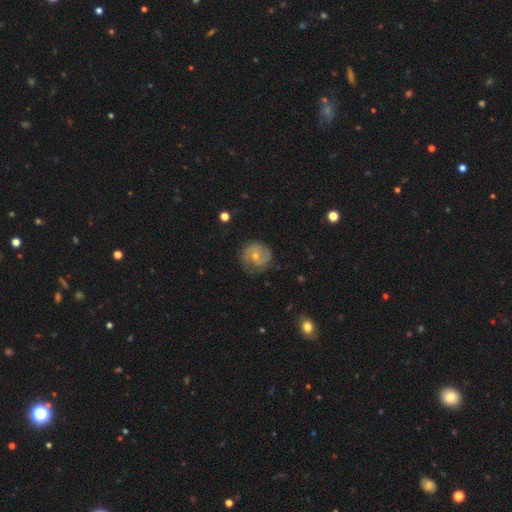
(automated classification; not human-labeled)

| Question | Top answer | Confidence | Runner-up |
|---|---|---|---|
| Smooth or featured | featured or disk | 72% | smooth (19%) |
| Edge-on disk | no | 97% | yes (3%) |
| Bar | no | 67% | weak (27%) |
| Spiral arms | yes | 89% | no (11%) |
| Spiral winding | tight | 55% | medium (34%) |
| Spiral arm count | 2 | 54% | can't tell (23%) |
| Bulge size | small | 49% | moderate (48%) |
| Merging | none | 75% | minor disturbance (17%) |